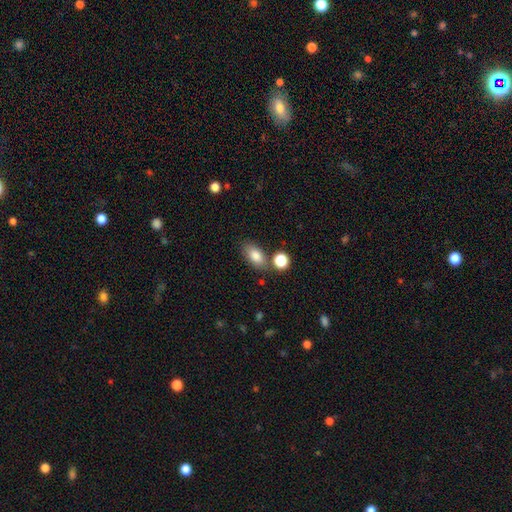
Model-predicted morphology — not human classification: type=smooth (84%); roundness=in between (88%); merging=none (72%).